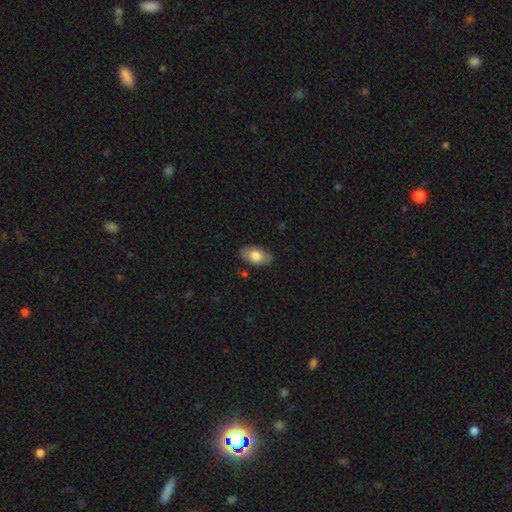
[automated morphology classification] Overall: smooth (76%). How rounded: in between (94%). Merging: none (81%).